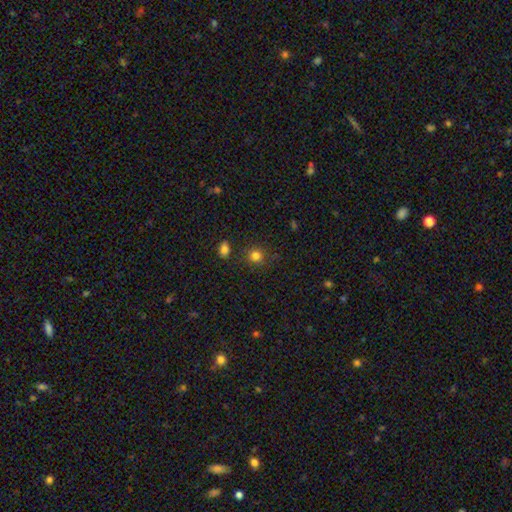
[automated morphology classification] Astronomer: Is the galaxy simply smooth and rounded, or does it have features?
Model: smooth — 82%.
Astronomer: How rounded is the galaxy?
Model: round — 89%.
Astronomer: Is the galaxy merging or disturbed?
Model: none — 83%.